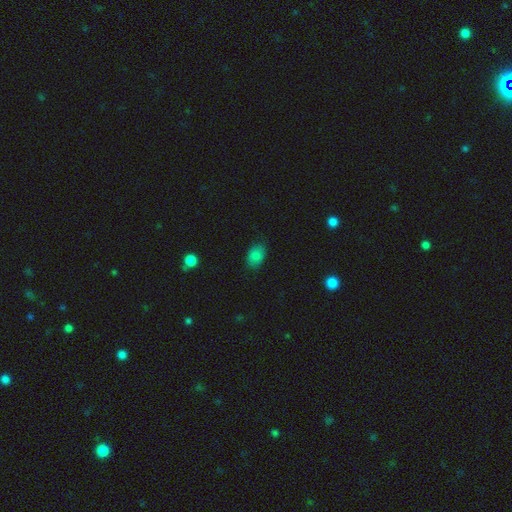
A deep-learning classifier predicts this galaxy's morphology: A smooth galaxy with no disk features (84%) that is in between round and cigar-shaped (85%). Merging: none (79%).